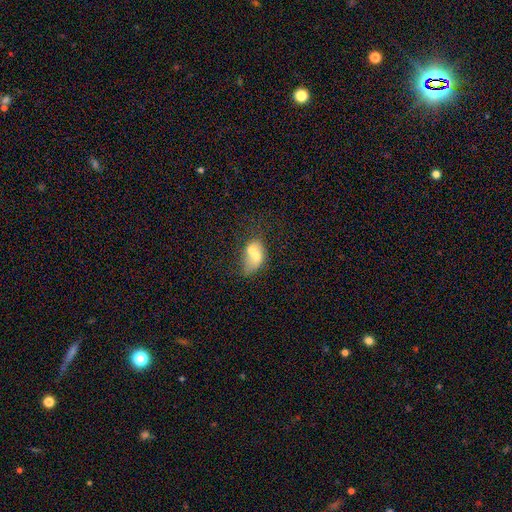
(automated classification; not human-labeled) A smooth galaxy with no disk features (58%) that is in between round and cigar-shaped (72%). Merging: merger (65%).